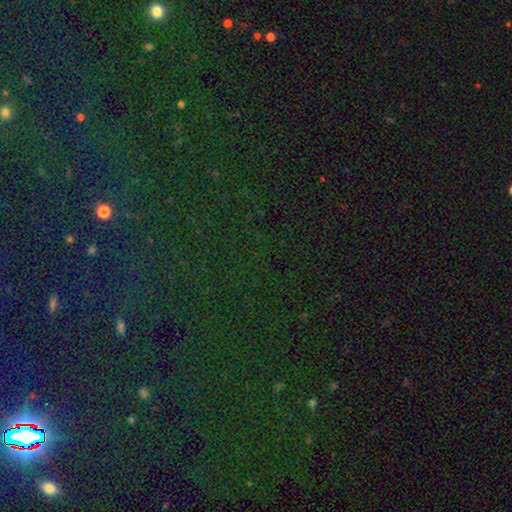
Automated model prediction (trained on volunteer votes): Q: Smooth or featured?
A: star or artifact (83%); runner-up: smooth (10%)